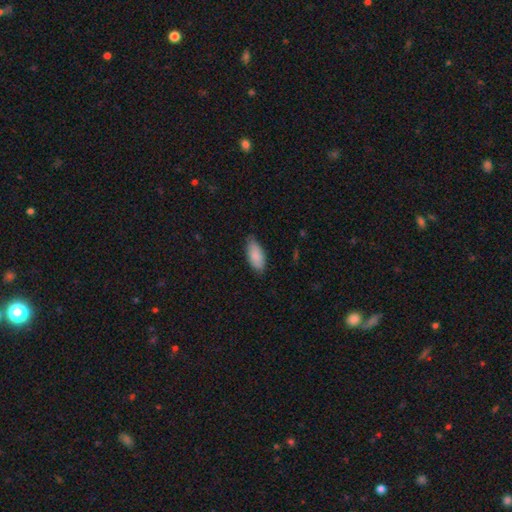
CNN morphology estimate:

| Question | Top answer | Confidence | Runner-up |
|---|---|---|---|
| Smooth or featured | smooth | 87% | featured or disk (8%) |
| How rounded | in between | 89% | cigar-shaped (9%) |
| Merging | none | 75% | minor disturbance (21%) |